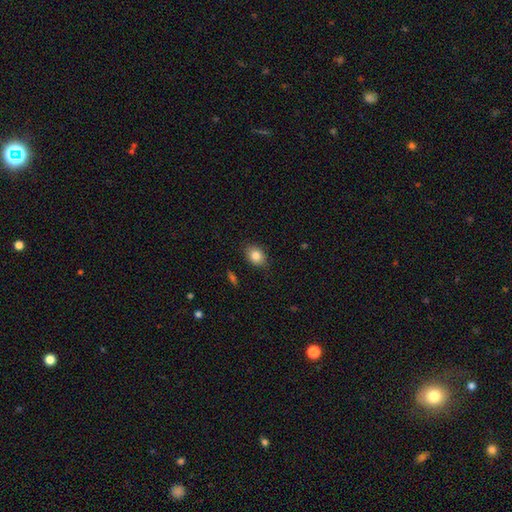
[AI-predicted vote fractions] Smooth or featured: smooth — 85% (star or artifact — 9%)
How rounded: in between — 65% (round — 34%)
Merging: none — 84% (minor disturbance — 12%)